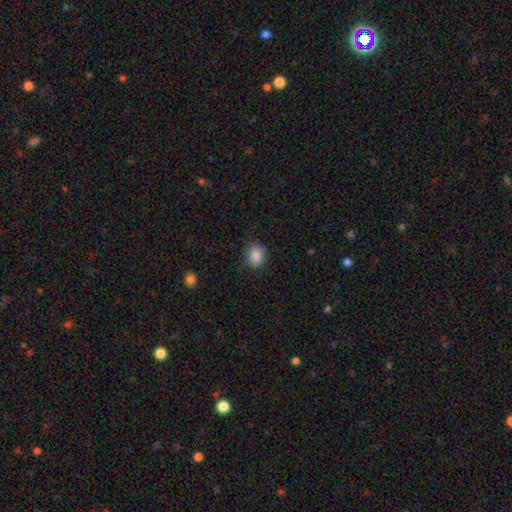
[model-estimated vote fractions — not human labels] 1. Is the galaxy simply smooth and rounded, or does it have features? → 87% smooth, 9% star or artifact, 4% featured or disk.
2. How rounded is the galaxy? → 53% in between, 46% round, 1% cigar-shaped.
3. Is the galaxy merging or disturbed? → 80% none, 16% minor disturbance, 4% major disturbance, 1% merger.